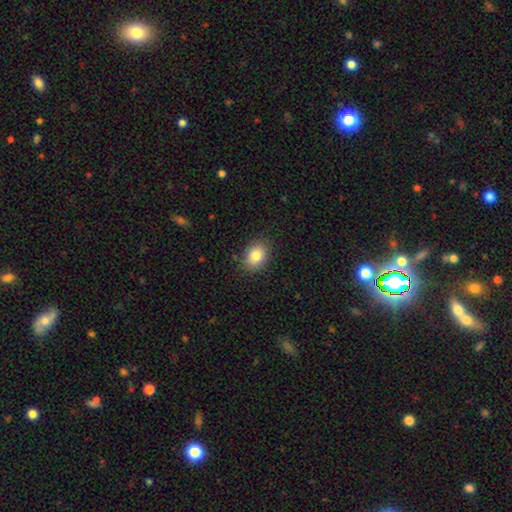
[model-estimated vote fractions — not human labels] This appears to be a smooth galaxy with no disk features (85%) that is in between round and cigar-shaped (66%). Merging: none (85%).